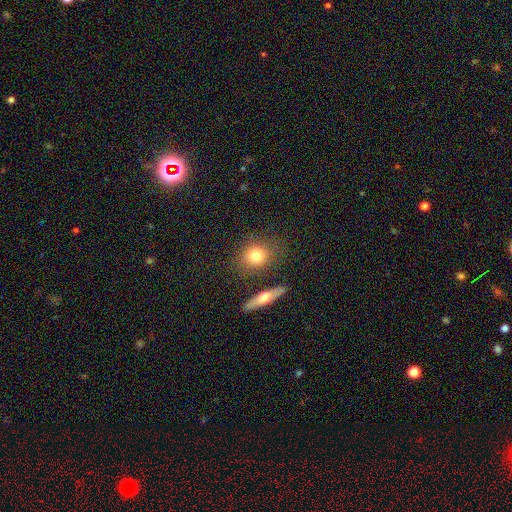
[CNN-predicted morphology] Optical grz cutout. It shows a smooth galaxy with no disk features (78%) that is round (66%). Merging: none (77%).